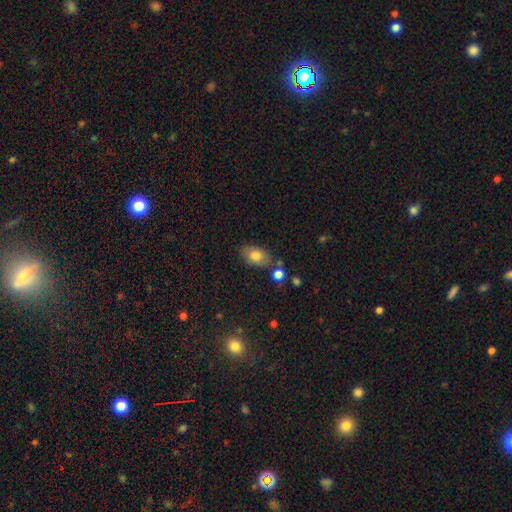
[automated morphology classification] A smooth galaxy with no disk features (78%) that is in between round and cigar-shaped (89%).

Vote fractions:
- Smooth or featured? smooth: 78% / featured or disk: 14% / star or artifact: 8%
- How rounded? in between: 89% / round: 10% / cigar-shaped: 2%
- Merging? none: 74% / minor disturbance: 15% / merger: 7% / major disturbance: 4%